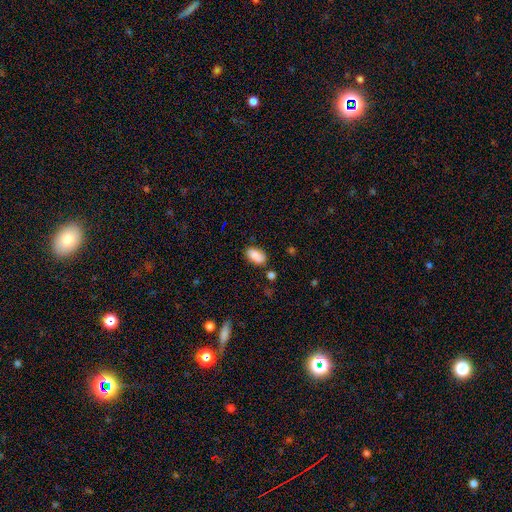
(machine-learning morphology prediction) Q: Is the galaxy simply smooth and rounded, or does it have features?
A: smooth — 87%.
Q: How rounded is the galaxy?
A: in between — 93%.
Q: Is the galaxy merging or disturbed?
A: none — 78%.